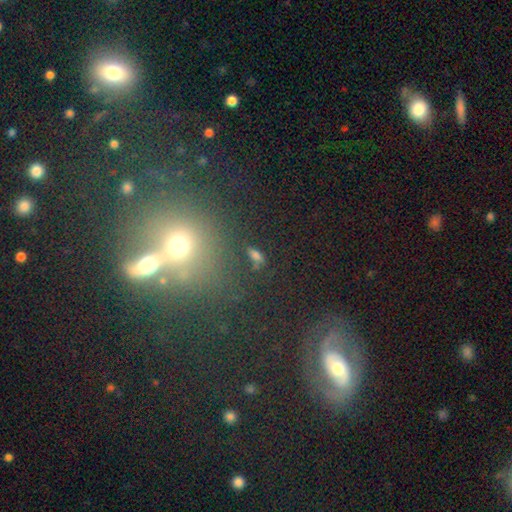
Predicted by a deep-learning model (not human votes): A smooth galaxy with no disk features (66%) that is in between round and cigar-shaped (76%). Merging: none (73%).